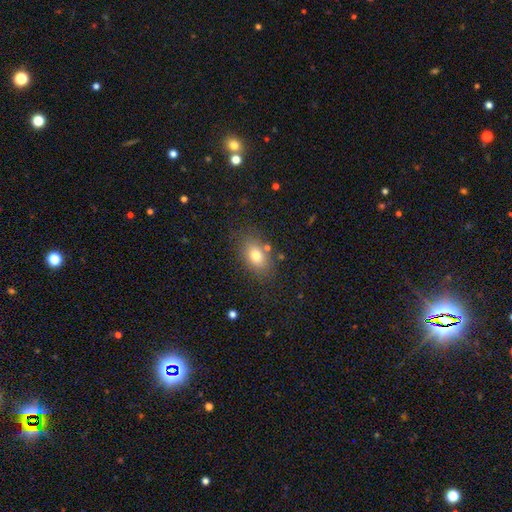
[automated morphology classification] Smooth or featured?
  - smooth: 76% *
  - featured or disk: 14%
  - star or artifact: 10%
How rounded?
  - in between: 83% *
  - round: 16%
  - cigar-shaped: 2%
Merging?
  - none: 79% *
  - minor disturbance: 13%
  - merger: 4%
  - major disturbance: 4%